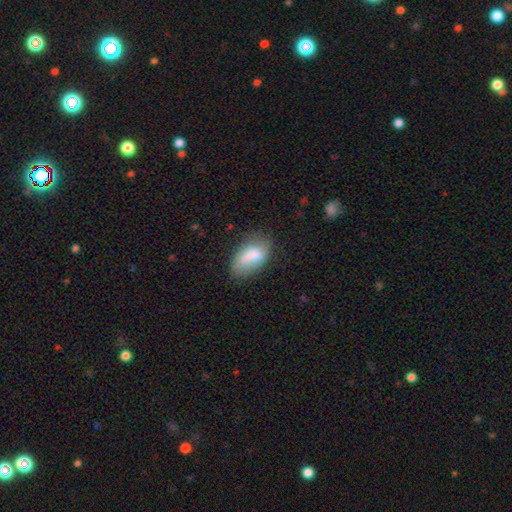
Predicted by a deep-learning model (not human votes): Q: Smooth or featured?
A: smooth (76%); runner-up: featured or disk (17%)
Q: How rounded?
A: in between (92%); runner-up: round (5%)
Q: Merging?
A: none (55%); runner-up: minor disturbance (29%)